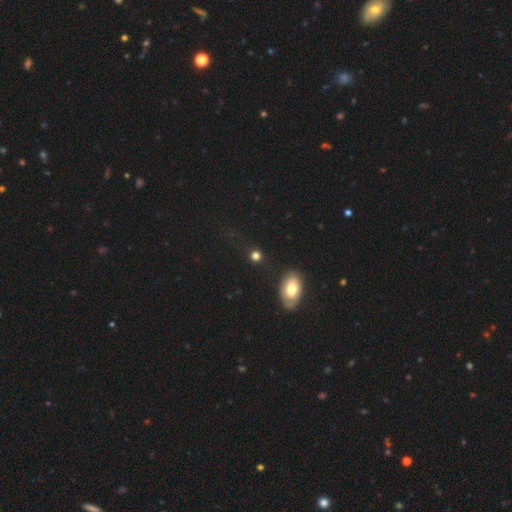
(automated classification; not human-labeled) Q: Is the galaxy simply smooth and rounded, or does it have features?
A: smooth — 74%.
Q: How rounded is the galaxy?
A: round — 76%.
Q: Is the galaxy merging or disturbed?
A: none — 77%.